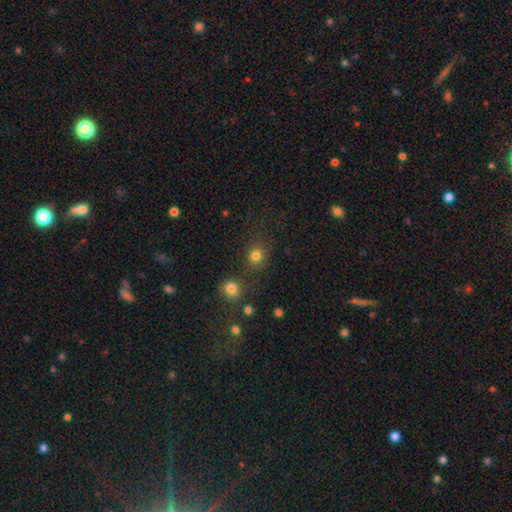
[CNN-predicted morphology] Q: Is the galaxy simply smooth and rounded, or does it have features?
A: smooth — 79%.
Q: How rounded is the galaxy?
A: round — 88%.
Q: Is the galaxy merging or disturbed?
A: none — 75%.